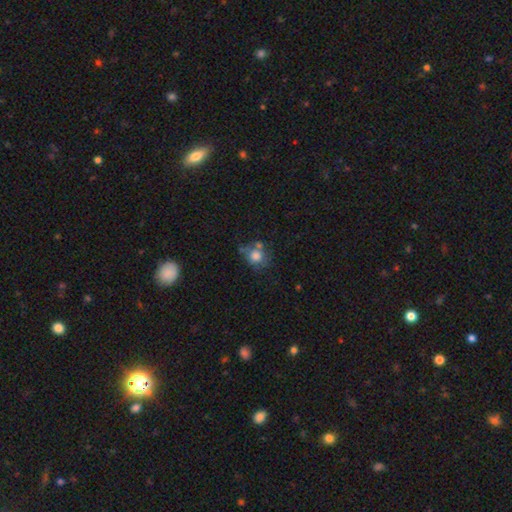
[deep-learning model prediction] The model was most divided on "merging": none: 51%, merger: 20%, minor disturbance: 19%, major disturbance: 9%. More confident: how rounded — round (80%); smooth or featured — smooth (74%).